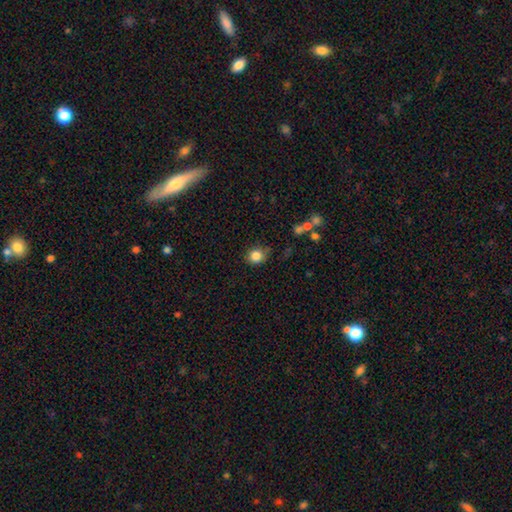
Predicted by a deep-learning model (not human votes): Q: Smooth or featured?
A: smooth (84%); runner-up: star or artifact (11%)
Q: How rounded?
A: round (79%); runner-up: in between (20%)
Q: Merging?
A: none (76%); runner-up: minor disturbance (16%)